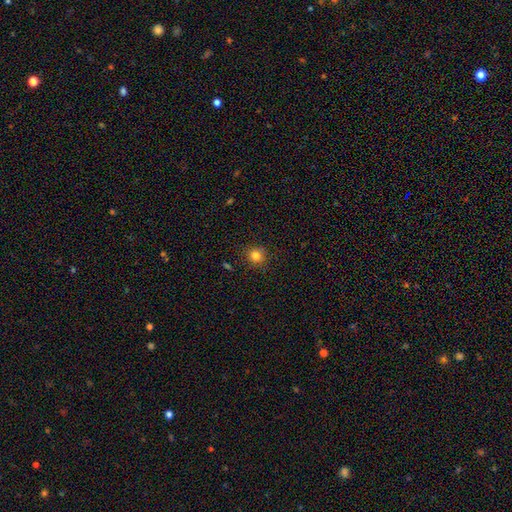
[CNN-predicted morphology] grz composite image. It shows a smooth galaxy with no disk features (82%) that is round (90%). Merging: none (88%).